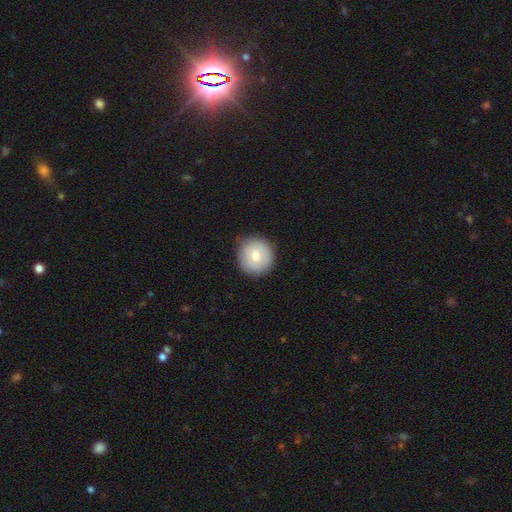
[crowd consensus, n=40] A smooth galaxy with no disk features (78%) that is round (100%).

Vote fractions:
- Smooth or featured? smooth: 78% / featured or disk: 15% / star or artifact: 8%
- How rounded? round: 100% / in between: 0% / cigar-shaped: 0%
- Merging? none: 81% / minor disturbance: 14% / major disturbance: 3% / merger: 3%